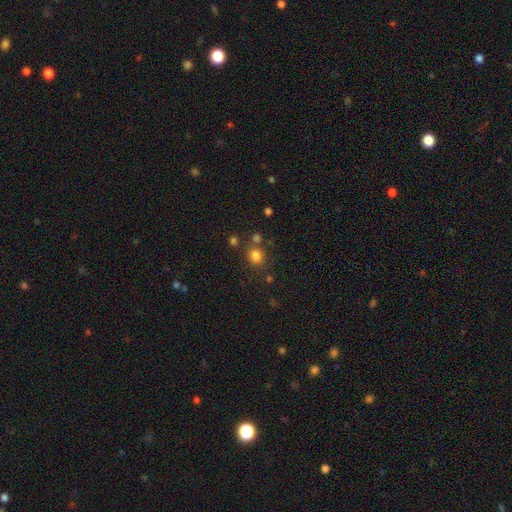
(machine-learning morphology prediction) Smooth or featured? Predicted: smooth (p=0.79). How rounded? Predicted: round (p=0.79). Merging? Predicted: none (p=0.71).